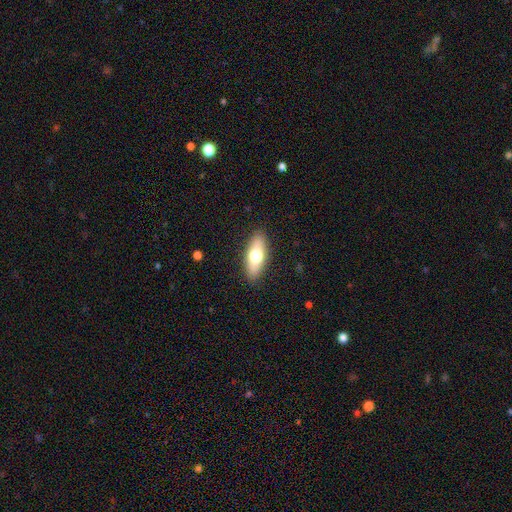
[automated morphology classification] smooth_or_featured: smooth (p=0.64) [alt: featured or disk p=0.30]
how_rounded: in between (p=0.68) [alt: cigar-shaped p=0.29]
merging: none (p=0.89) [alt: minor disturbance p=0.08]